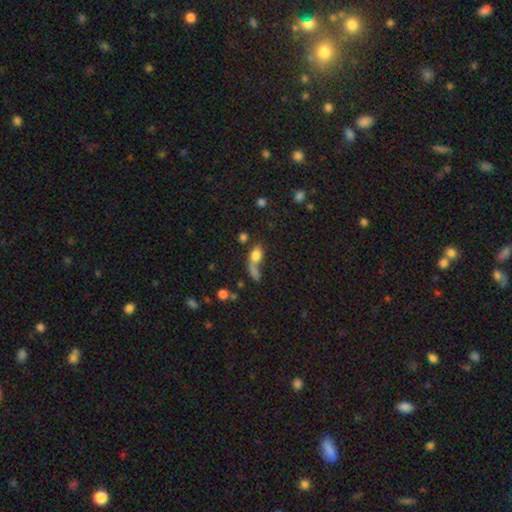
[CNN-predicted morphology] smooth_or_featured: smooth (p=0.73) [alt: featured or disk p=0.14]
how_rounded: in between (p=0.70) [alt: round p=0.19]
merging: merger (p=0.43) [alt: none p=0.29]